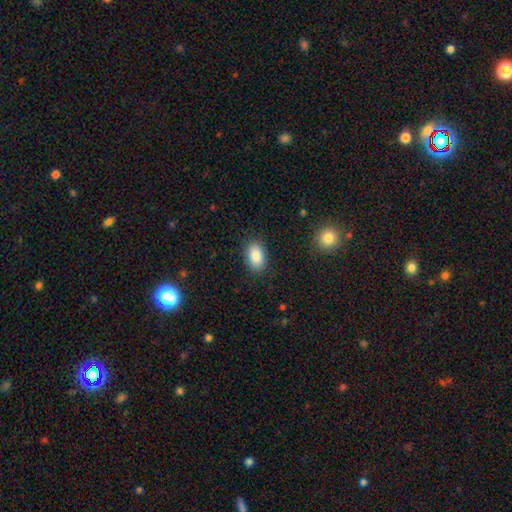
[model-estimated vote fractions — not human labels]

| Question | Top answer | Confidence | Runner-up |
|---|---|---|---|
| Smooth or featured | smooth | 88% | star or artifact (7%) |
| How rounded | in between | 92% | round (7%) |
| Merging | none | 87% | minor disturbance (9%) |